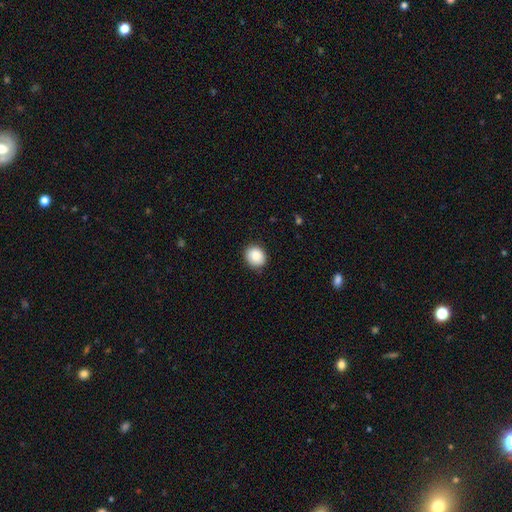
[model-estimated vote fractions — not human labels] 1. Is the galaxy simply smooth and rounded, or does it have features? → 87% smooth, 8% star or artifact, 5% featured or disk.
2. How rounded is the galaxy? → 70% round, 29% in between, 1% cigar-shaped.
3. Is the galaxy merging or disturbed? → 87% none, 10% minor disturbance, 2% major disturbance, 1% merger.